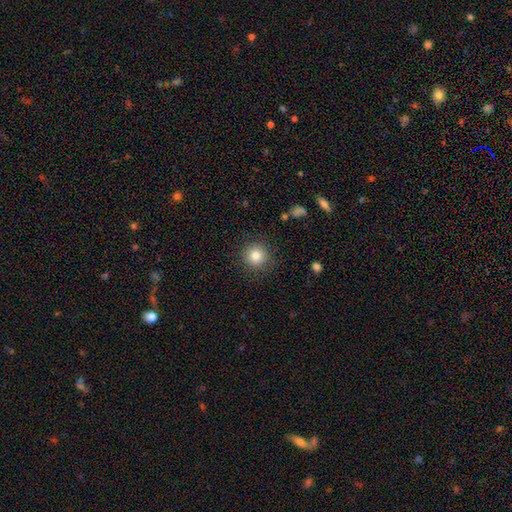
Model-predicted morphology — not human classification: type=smooth (82%); roundness=round (94%); merging=none (89%).